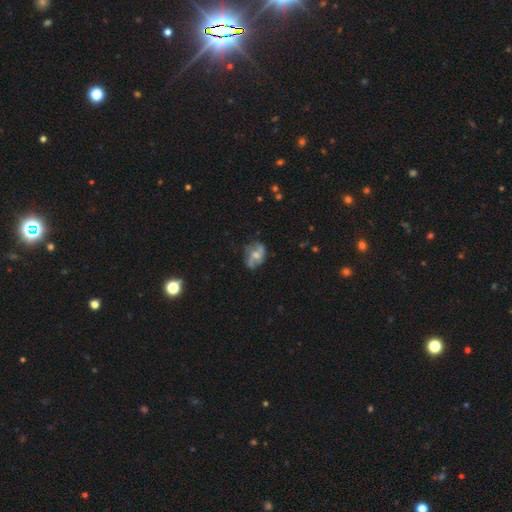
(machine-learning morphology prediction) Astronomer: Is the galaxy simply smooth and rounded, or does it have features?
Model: featured or disk — 66%.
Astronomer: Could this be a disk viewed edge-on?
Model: no — 96%.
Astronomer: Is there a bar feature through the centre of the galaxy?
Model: no — 57% (runner-up: weak, 35%).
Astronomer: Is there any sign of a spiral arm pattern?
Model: yes — 83%.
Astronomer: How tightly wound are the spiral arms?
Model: loose — 51% (runner-up: medium, 37%).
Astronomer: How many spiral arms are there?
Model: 2 — 67%.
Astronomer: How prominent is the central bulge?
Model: moderate — 51% (runner-up: small, 33%).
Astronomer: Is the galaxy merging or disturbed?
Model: none — 62%.